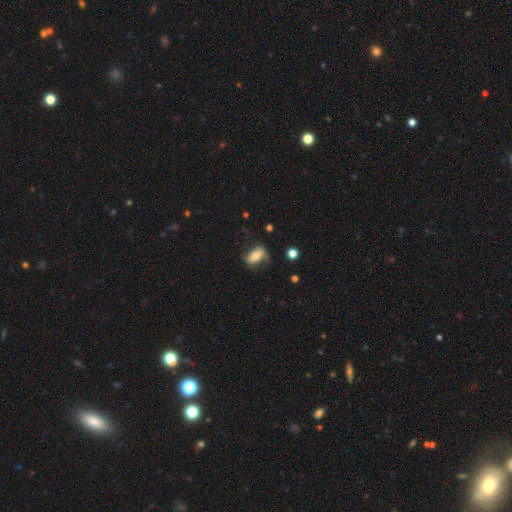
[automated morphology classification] smooth_or_featured: smooth (p=0.56) [alt: featured or disk p=0.36]
how_rounded: in between (p=0.81) [alt: cigar-shaped p=0.13]
merging: none (p=0.56) [alt: minor disturbance p=0.27]